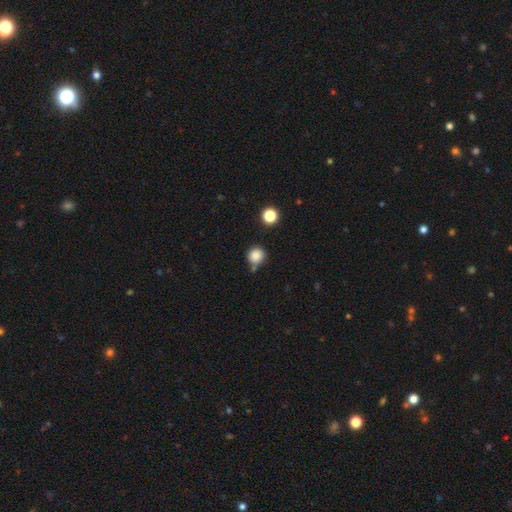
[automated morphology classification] smooth 84%, star or artifact 11%, featured or disk 5%. Down the decision tree: how rounded — round (90%); merging — none (69%).